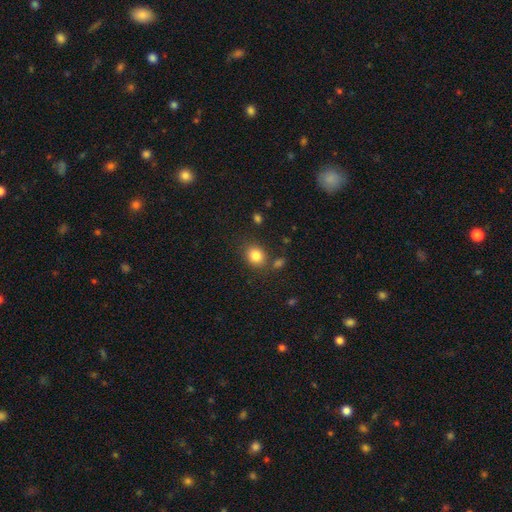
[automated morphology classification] The model was most divided on "how rounded": round: 62%, in between: 37%, cigar-shaped: 1%. More confident: smooth or featured — smooth (84%); merging — none (77%).